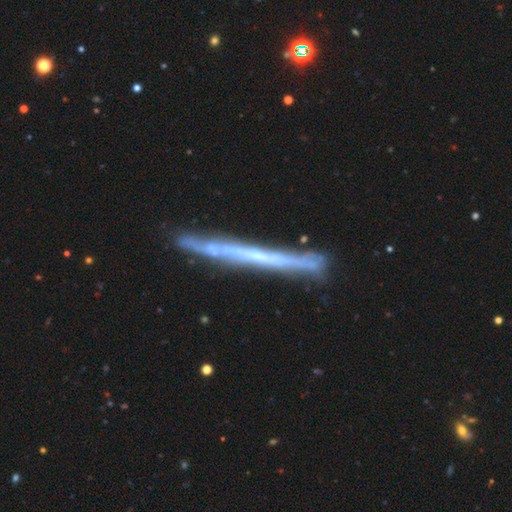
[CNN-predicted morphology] A featured or disk galaxy (70%) viewed edge-on (94%) with no central bulge (89%).

Vote fractions:
- Smooth or featured? featured or disk: 70% / smooth: 23% / star or artifact: 7%
- Edge-on disk? yes: 94% / no: 6%
- Edge-on bulge? none: 89% / rounded: 7% / boxy: 4%
- Merging? none: 83% / minor disturbance: 13% / major disturbance: 2% / merger: 2%